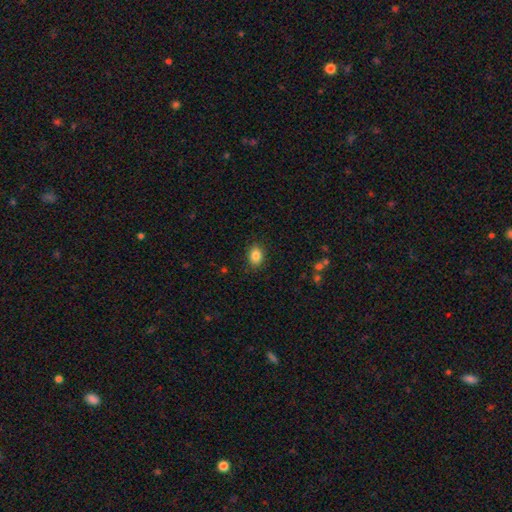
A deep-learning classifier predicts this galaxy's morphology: smooth-or-featured: smooth: 85% | star or artifact: 9% | featured or disk: 6%
  how-rounded: in between: 67% | round: 32% | cigar-shaped: 1%
  merging: none: 88% | minor disturbance: 9% | major disturbance: 2% | merger: 1%